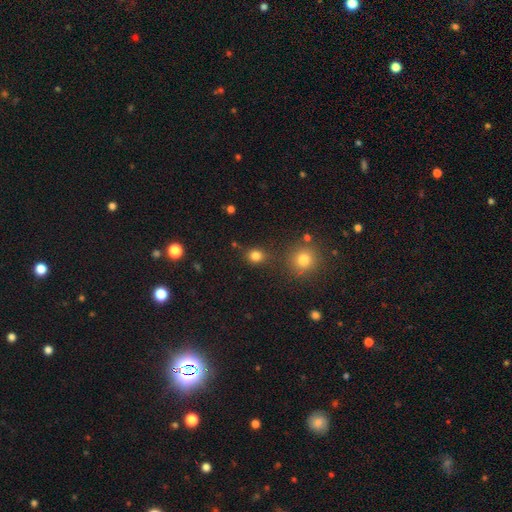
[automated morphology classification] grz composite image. It shows a smooth galaxy with no disk features (81%) that is round (75%). Merging: none (78%).